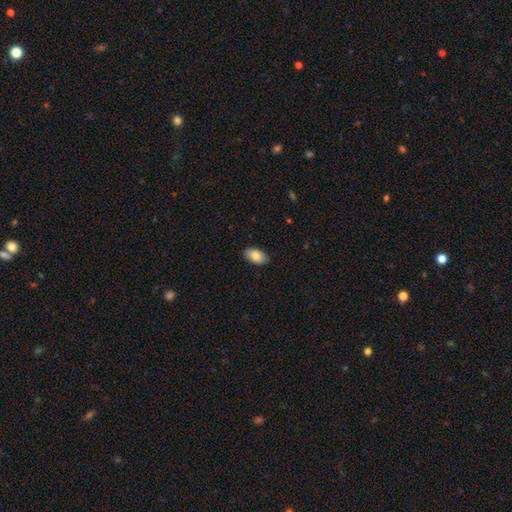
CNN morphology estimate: Smooth or featured? smooth (84%)
How rounded? in between (94%)
Merging? none (88%)